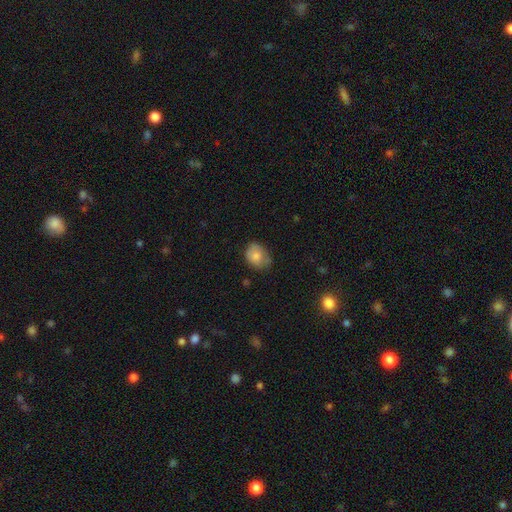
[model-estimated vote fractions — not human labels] Overall: smooth (78%). How rounded: in between (55%; round 44%). Merging: none (60%; minor disturbance 31%).